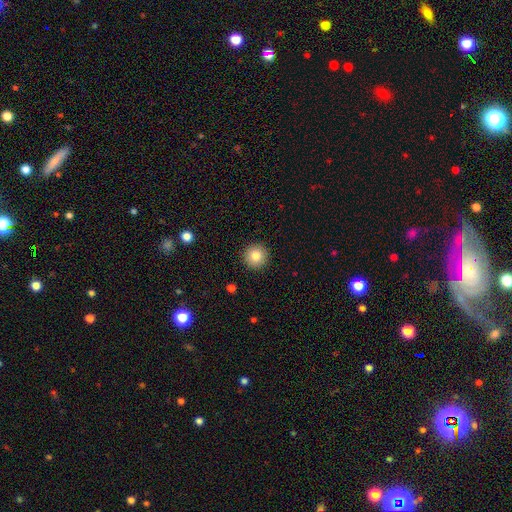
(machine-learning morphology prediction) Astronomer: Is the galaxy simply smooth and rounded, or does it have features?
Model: smooth — 83%.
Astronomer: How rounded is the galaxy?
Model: round — 96%.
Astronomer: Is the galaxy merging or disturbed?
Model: none — 93%.